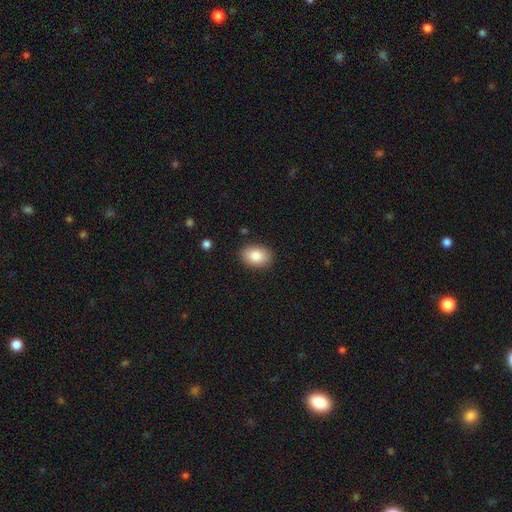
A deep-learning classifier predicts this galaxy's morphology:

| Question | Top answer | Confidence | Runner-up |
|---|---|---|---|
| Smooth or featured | smooth | 86% | star or artifact (7%) |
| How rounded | in between | 80% | round (19%) |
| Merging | none | 87% | minor disturbance (9%) |